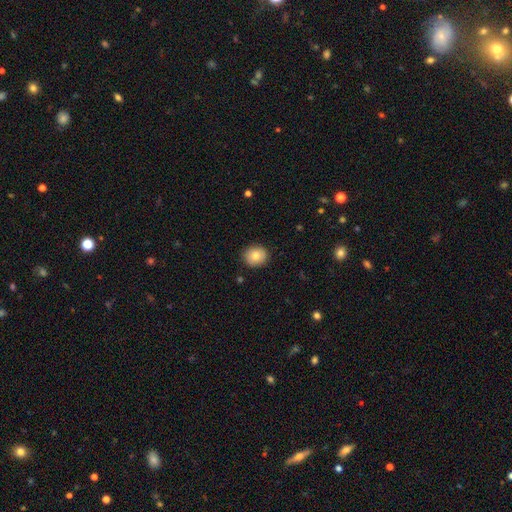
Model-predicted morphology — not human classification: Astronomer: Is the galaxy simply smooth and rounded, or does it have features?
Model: smooth — 81%.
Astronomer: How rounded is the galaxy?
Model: round — 79%.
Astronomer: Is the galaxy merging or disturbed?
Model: none — 90%.